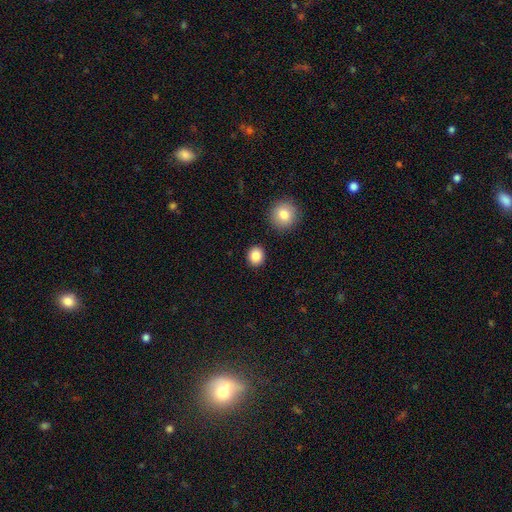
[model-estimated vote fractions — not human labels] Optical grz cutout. It shows a smooth galaxy with no disk features (86%) that is round (78%). Merging: none (89%).